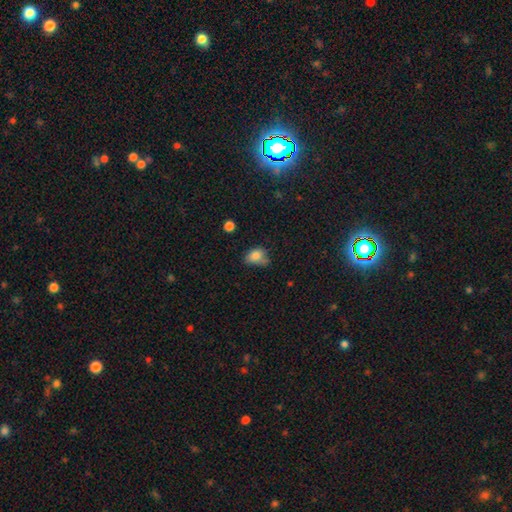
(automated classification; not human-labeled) Smooth or featured? Predicted: smooth (p=0.80). How rounded? Predicted: in between (p=0.69). Merging? Predicted: none (p=0.41).